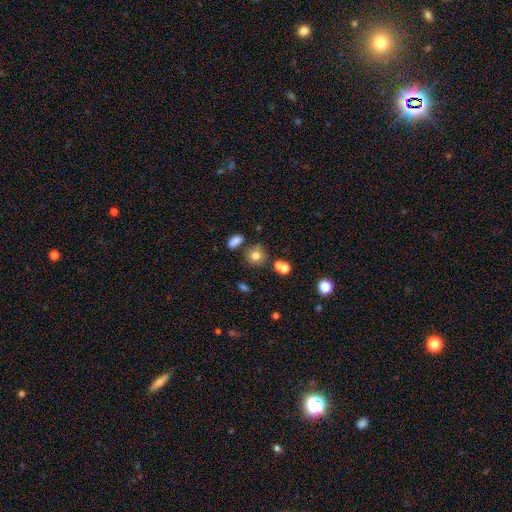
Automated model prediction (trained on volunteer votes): Smooth or featured? smooth (77%)
How rounded? round (81%)
Merging? none (68%)